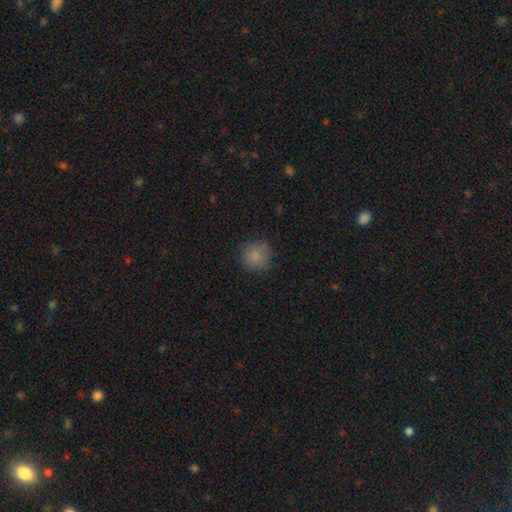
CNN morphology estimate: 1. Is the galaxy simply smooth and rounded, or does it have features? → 82% smooth, 11% star or artifact, 7% featured or disk.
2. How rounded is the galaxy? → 92% round, 7% in between, 1% cigar-shaped.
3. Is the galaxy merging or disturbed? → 80% none, 13% minor disturbance, 4% major disturbance, 3% merger.